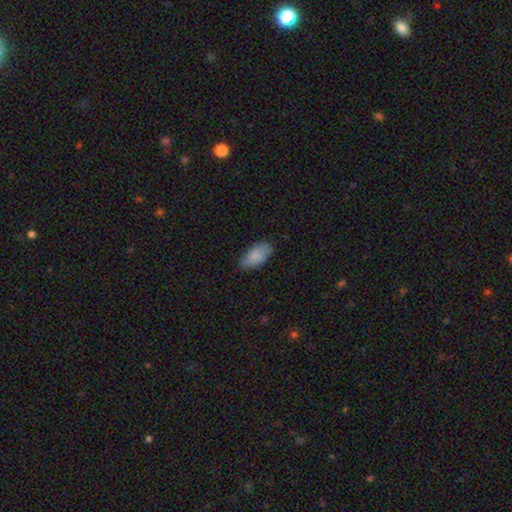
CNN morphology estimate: Smooth or featured? smooth (83%)
How rounded? in between (94%)
Merging? none (74%)